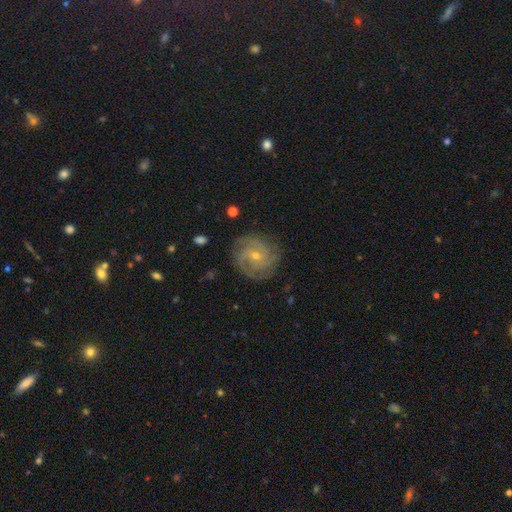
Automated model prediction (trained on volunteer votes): smooth_or_featured: featured or disk (p=0.86) [alt: smooth p=0.08]
disk_edge_on: no (p=0.98) [alt: yes p=0.02]
bar: no (p=0.65) [alt: weak p=0.28]
has_spiral_arms: yes (p=0.97) [alt: no p=0.03]
spiral_winding: tight (p=0.67) [alt: medium p=0.28]
spiral_arm_count: 3 (p=0.37) [alt: 4 p=0.18]
bulge_size: small (p=0.67) [alt: moderate p=0.30]
merging: none (p=0.84) [alt: minor disturbance p=0.12]